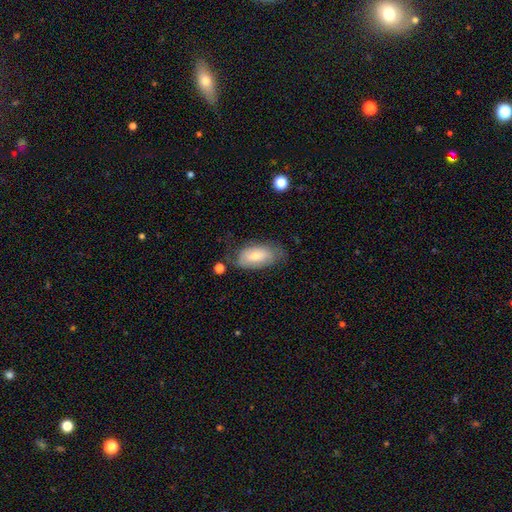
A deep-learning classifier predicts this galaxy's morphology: type=smooth (67%); roundness=in between (93%); merging=none (57%).